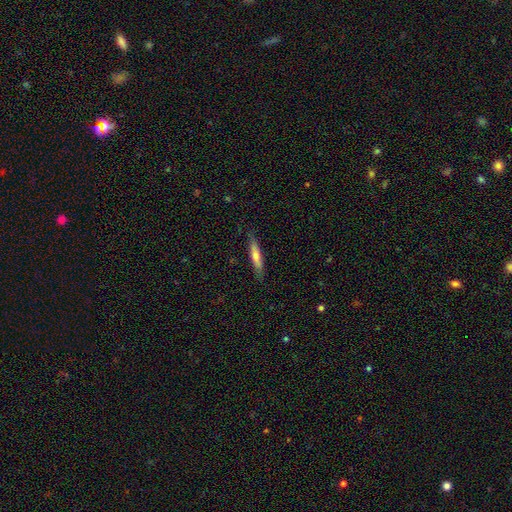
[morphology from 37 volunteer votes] Smooth or featured: smooth — 59% (featured or disk — 35%)
How rounded: cigar-shaped — 100%
Merging: none — 91% (minor disturbance — 6%)